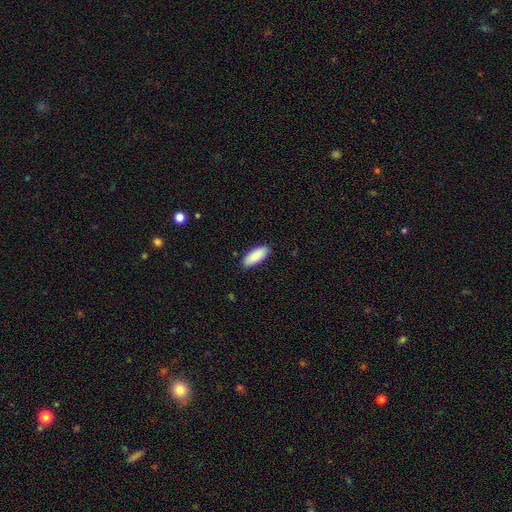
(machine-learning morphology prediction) A smooth galaxy with no disk features (90%) that is in between round and cigar-shaped (80%). Merging: none (87%).